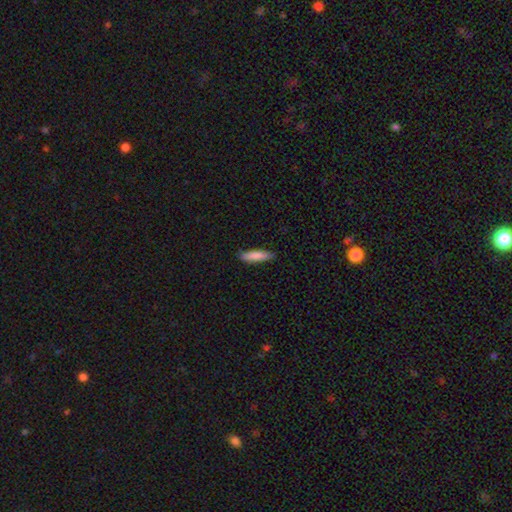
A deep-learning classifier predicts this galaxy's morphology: This is clearly a smooth galaxy (84%). How rounded: likely cigar-shaped (75%). Merging: clearly none (85%).